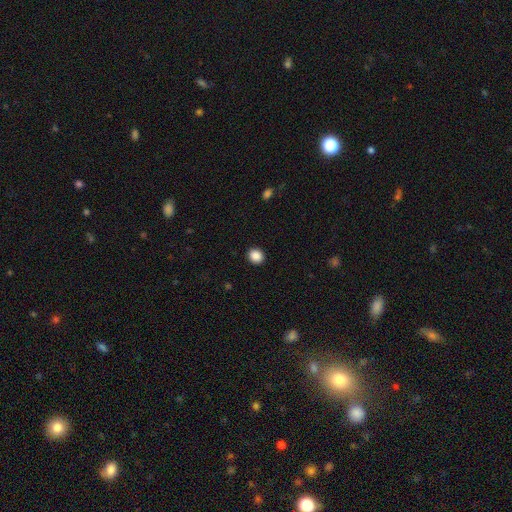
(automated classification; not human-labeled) Smooth or featured? smooth (88%)
How rounded? round (76%)
Merging? none (92%)